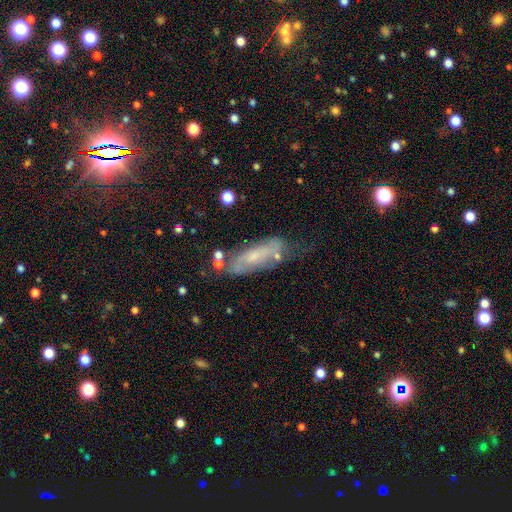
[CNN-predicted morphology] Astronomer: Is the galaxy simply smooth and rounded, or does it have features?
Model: featured or disk — 53% (runner-up: smooth, 37%).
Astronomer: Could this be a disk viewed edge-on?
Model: no — 73%.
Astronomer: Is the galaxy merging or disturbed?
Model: none — 50% (runner-up: minor disturbance, 29%).